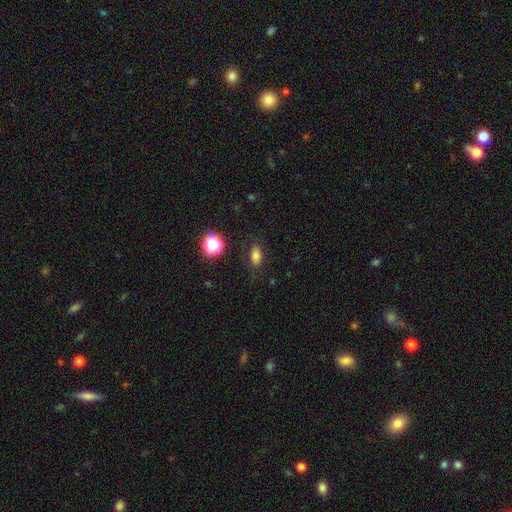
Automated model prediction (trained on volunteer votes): Morphology: type=smooth (75%); roundness=in between (84%); merging=none (78%).